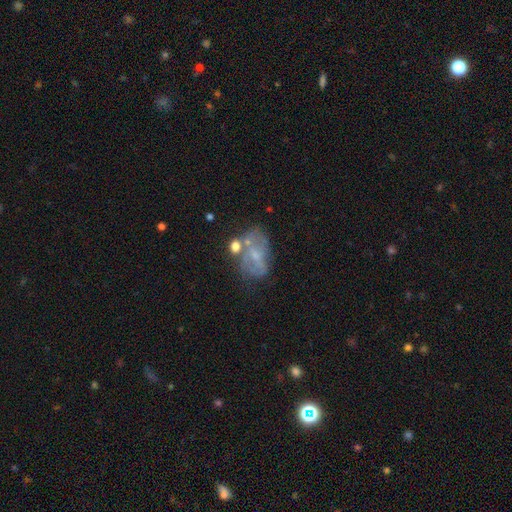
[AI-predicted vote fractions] smooth-or-featured: featured or disk: 54% | smooth: 32% | star or artifact: 14%
  disk-edge-on: no: 96% | yes: 4%
    bar: no: 57% | weak: 33% | strong: 9%
    has-spiral-arms: no: 61% | yes: 39%
    bulge-size: small: 54% | none: 23% | moderate: 20% | large: 2% | dominant: 1%
  merging: none: 38% | minor disturbance: 23% | major disturbance: 21% | merger: 18%